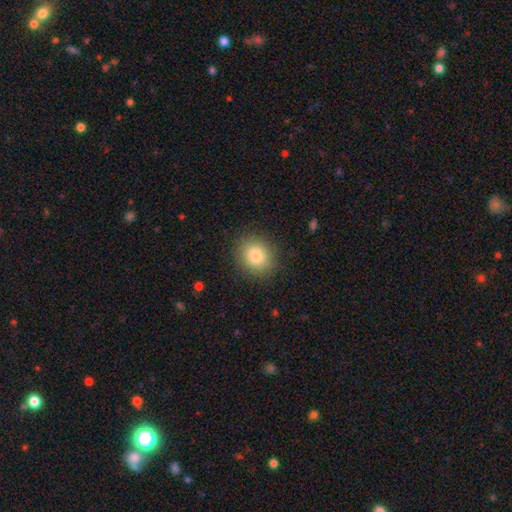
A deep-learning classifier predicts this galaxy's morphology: This appears to be a smooth galaxy with no disk features (83%) that is round (76%). Merging: none (88%).